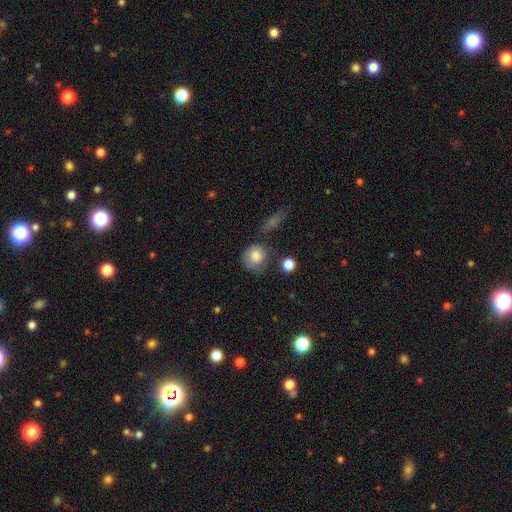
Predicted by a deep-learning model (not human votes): A smooth galaxy with no disk features (81%) that is round (81%). Merging: none (54%).